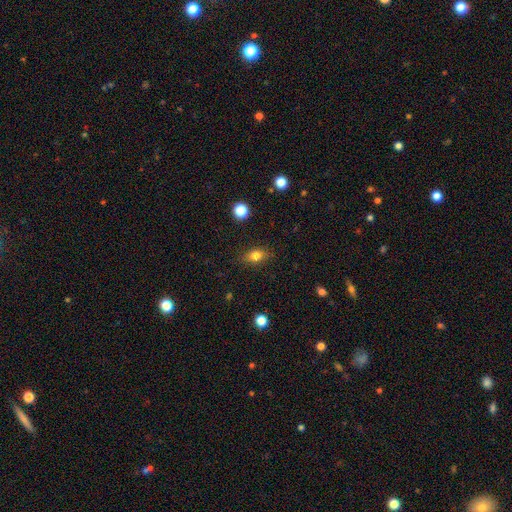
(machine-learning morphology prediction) The model was most divided on "how rounded": in between: 75%, round: 21%, cigar-shaped: 4%. More confident: merging — none (84%); smooth or featured — smooth (79%).